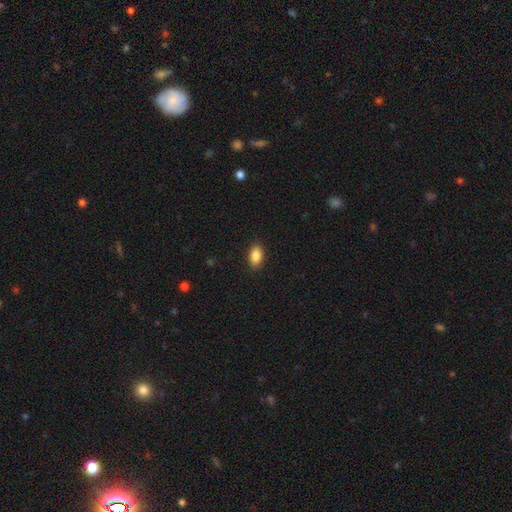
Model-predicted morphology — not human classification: smooth_or_featured: smooth (p=0.88) [alt: star or artifact p=0.08]
how_rounded: in between (p=0.91) [alt: round p=0.06]
merging: none (p=0.89) [alt: minor disturbance p=0.08]